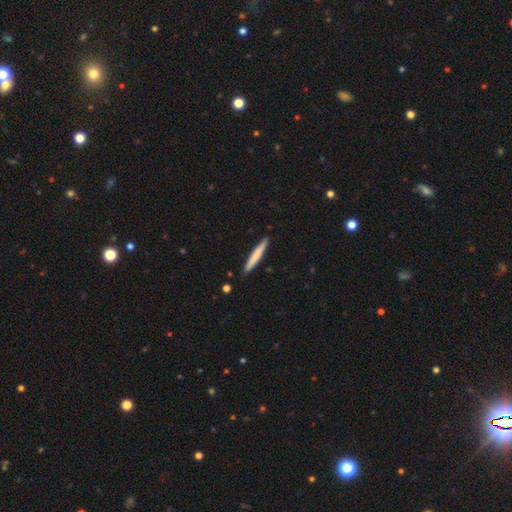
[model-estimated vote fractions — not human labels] Smooth or featured? Predicted: smooth (p=0.72). How rounded? Predicted: cigar-shaped (p=0.96). Merging? Predicted: none (p=0.90).